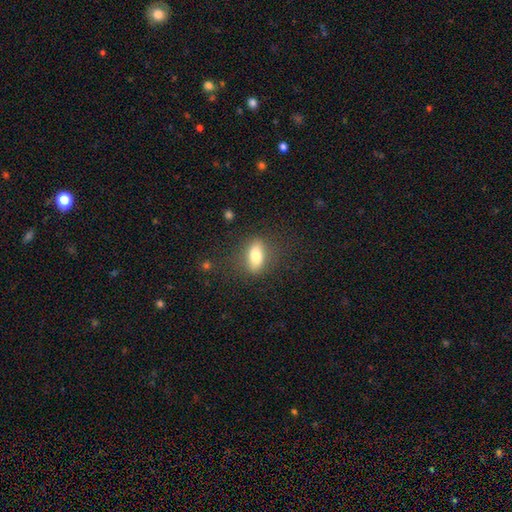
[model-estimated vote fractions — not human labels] smooth_or_featured: smooth (p=0.75) [alt: featured or disk p=0.17]
how_rounded: in between (p=0.79) [alt: cigar-shaped p=0.14]
merging: none (p=0.79) [alt: minor disturbance p=0.14]